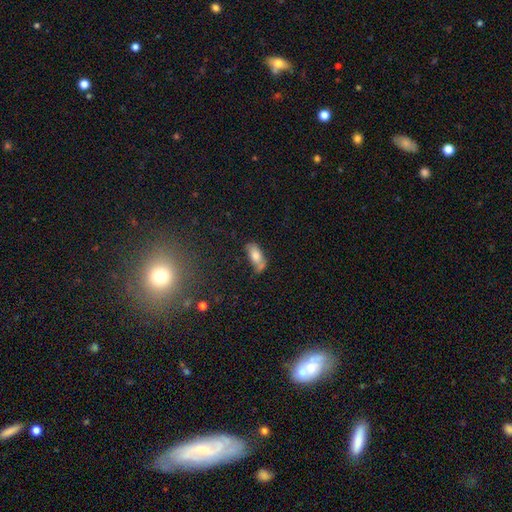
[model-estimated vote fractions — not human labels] This is likely a smooth galaxy (73%). How rounded: clearly in between (82%). Merging: possibly none (50%).